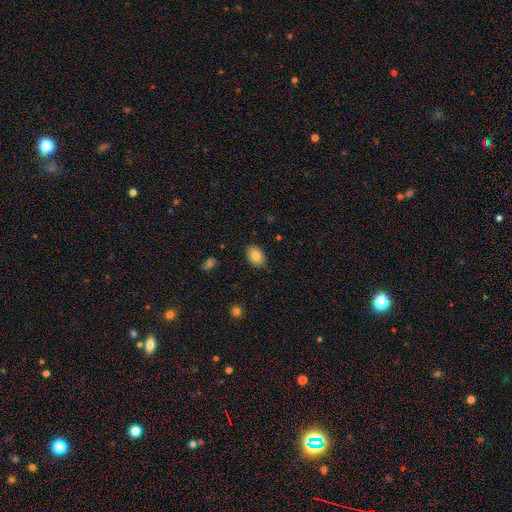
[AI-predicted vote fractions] smooth-or-featured: smooth: 83% | featured or disk: 9% | star or artifact: 8%
  how-rounded: in between: 85% | round: 14% | cigar-shaped: 1%
  merging: none: 86% | minor disturbance: 11% | major disturbance: 2% | merger: 1%